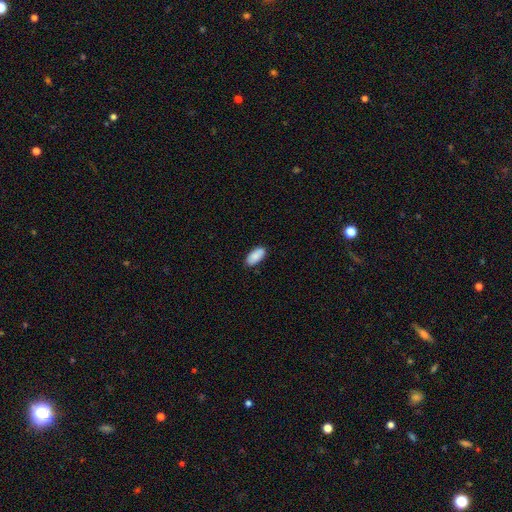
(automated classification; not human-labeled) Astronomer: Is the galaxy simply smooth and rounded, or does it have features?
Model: smooth — 89%.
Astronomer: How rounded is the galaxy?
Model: in between — 92%.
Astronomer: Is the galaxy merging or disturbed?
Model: none — 87%.